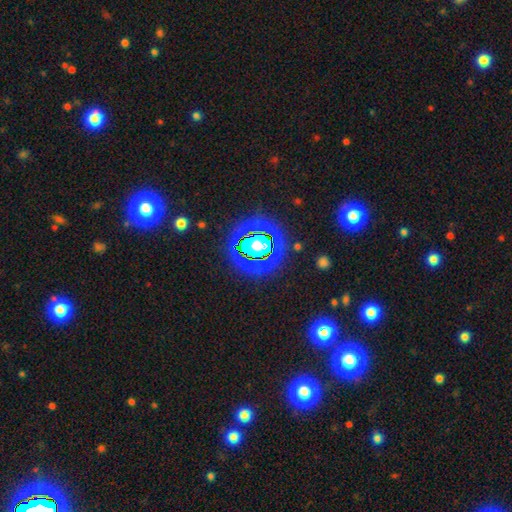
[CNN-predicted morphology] smooth-or-featured: star or artifact: 79% | smooth: 13% | featured or disk: 8%